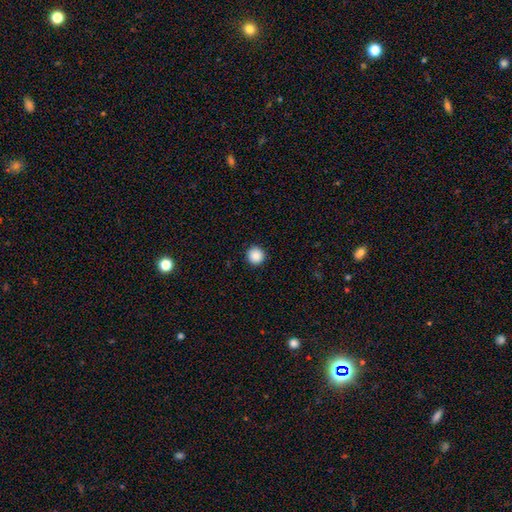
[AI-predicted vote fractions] Smooth or featured?
  - smooth: 88% *
  - star or artifact: 9%
  - featured or disk: 3%
How rounded?
  - round: 96% *
  - in between: 3%
  - cigar-shaped: 1%
Merging?
  - none: 93% *
  - minor disturbance: 4%
  - major disturbance: 2%
  - merger: 1%